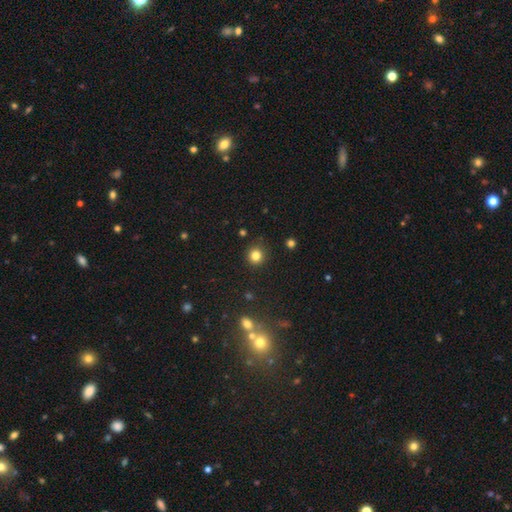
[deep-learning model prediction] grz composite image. It shows a smooth galaxy with no disk features (81%) that is round (93%). Merging: none (89%).